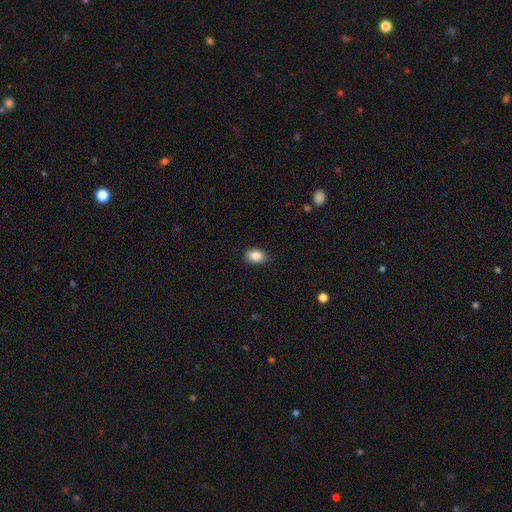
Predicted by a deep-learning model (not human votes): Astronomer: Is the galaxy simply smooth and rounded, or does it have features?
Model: smooth — 89%.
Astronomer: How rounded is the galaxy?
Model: in between — 83%.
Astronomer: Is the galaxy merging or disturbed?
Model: none — 85%.